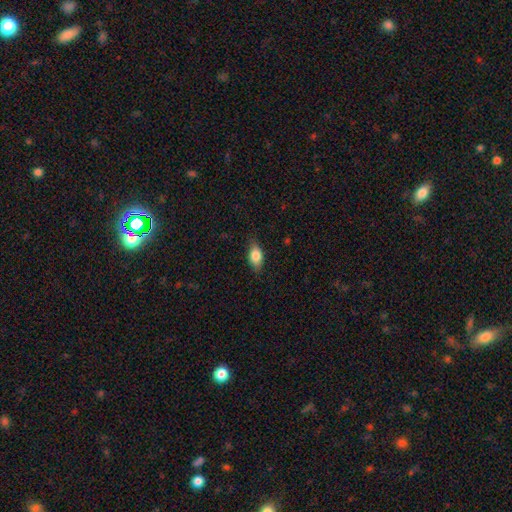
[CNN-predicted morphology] Overall: smooth (83%). How rounded: in between (87%). Merging: none (81%).